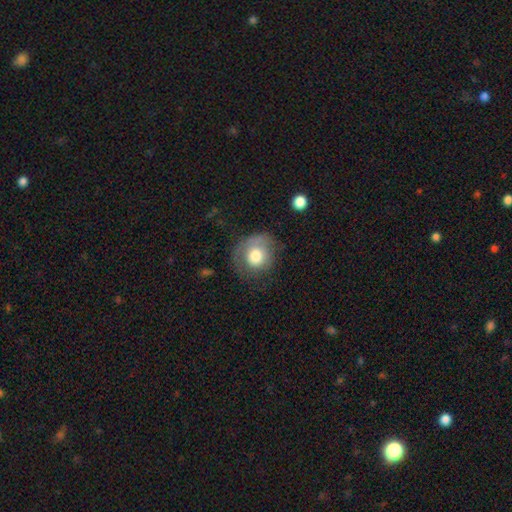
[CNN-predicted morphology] type=smooth (69%); roundness=round (81%); merging=none (53%).